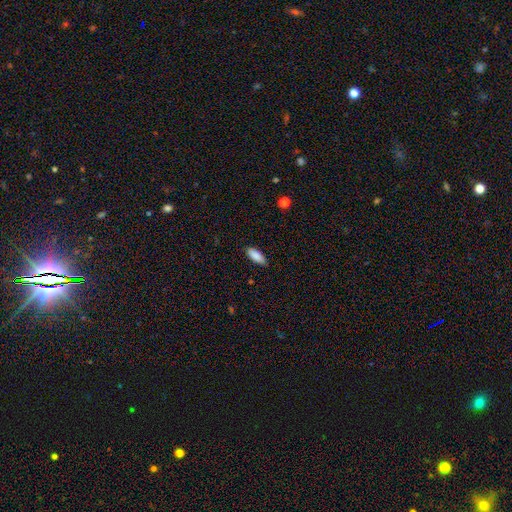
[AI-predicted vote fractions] Smooth or featured? Predicted: smooth (p=0.87). How rounded? Predicted: in between (p=0.76). Merging? Predicted: none (p=0.86).